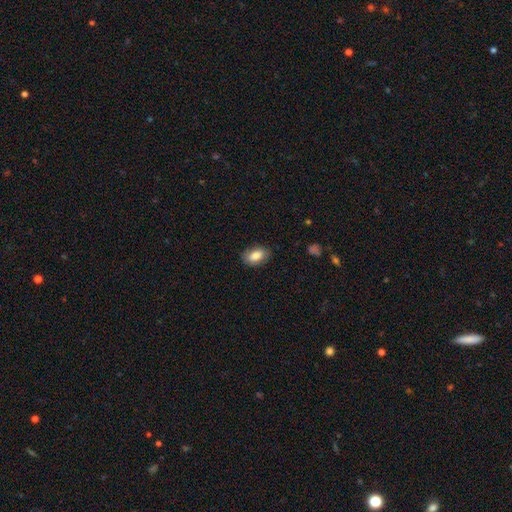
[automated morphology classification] Smooth or featured?
  - smooth: 82% *
  - featured or disk: 11%
  - star or artifact: 7%
How rounded?
  - in between: 91% *
  - round: 8%
  - cigar-shaped: 2%
Merging?
  - none: 84% *
  - minor disturbance: 12%
  - major disturbance: 3%
  - merger: 1%